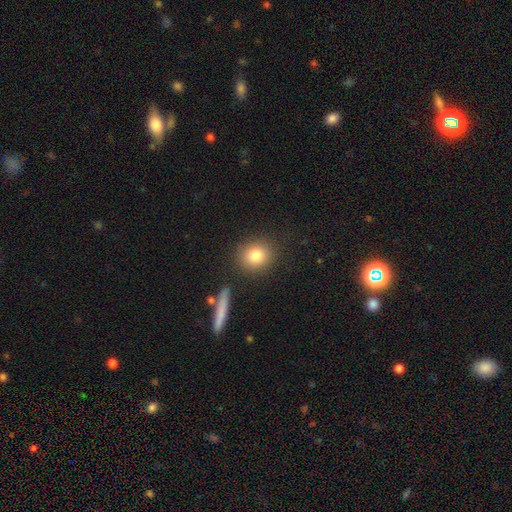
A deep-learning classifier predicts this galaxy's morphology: Smooth or featured?
  - smooth: 82% *
  - star or artifact: 10%
  - featured or disk: 9%
How rounded?
  - round: 82% *
  - in between: 16%
  - cigar-shaped: 2%
Merging?
  - none: 85% *
  - minor disturbance: 8%
  - merger: 4%
  - major disturbance: 3%